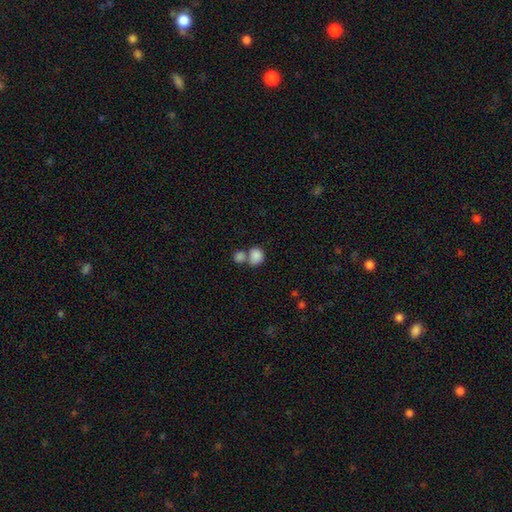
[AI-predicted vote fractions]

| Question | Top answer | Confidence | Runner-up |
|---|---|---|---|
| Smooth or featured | smooth | 85% | star or artifact (9%) |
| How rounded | round | 73% | in between (26%) |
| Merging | merger | 51% | none (36%) |